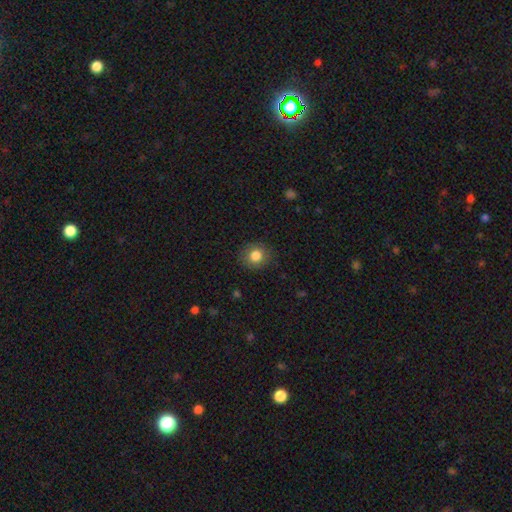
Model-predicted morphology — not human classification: Q: Smooth or featured?
A: smooth (83%); runner-up: star or artifact (10%)
Q: How rounded?
A: round (84%); runner-up: in between (15%)
Q: Merging?
A: none (88%); runner-up: minor disturbance (9%)